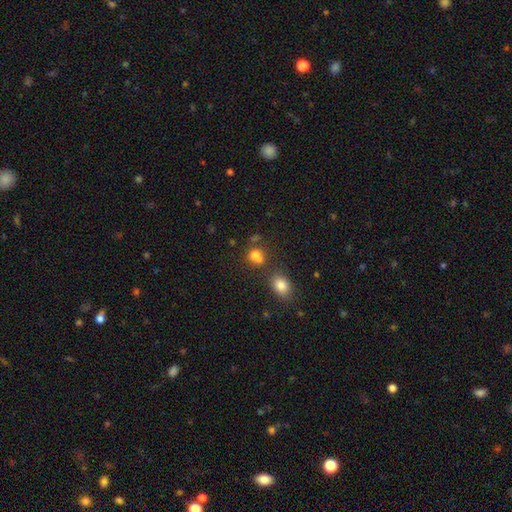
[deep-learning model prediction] This appears to be a smooth galaxy with no disk features (75%) that is round (57%). Merging: none (45%).